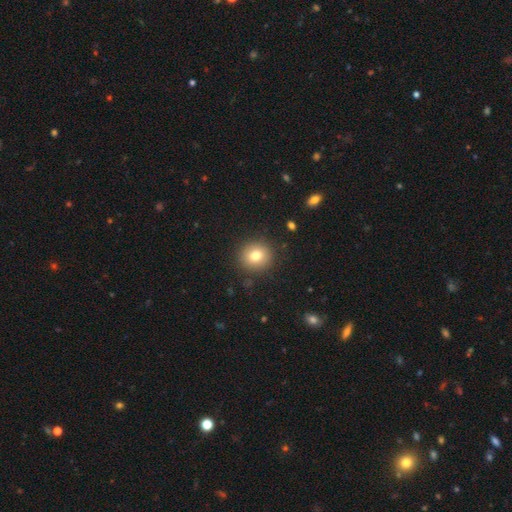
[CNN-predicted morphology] A smooth galaxy with no disk features (78%) that is round (86%). Merging: none (89%).